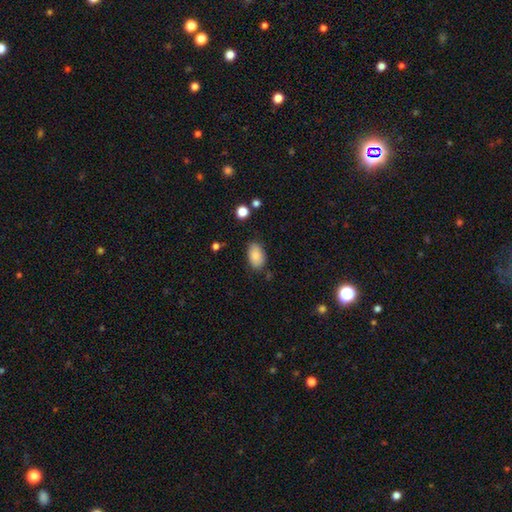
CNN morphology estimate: Smooth or featured? Predicted: smooth (p=0.86). How rounded? Predicted: in between (p=0.92). Merging? Predicted: none (p=0.80).